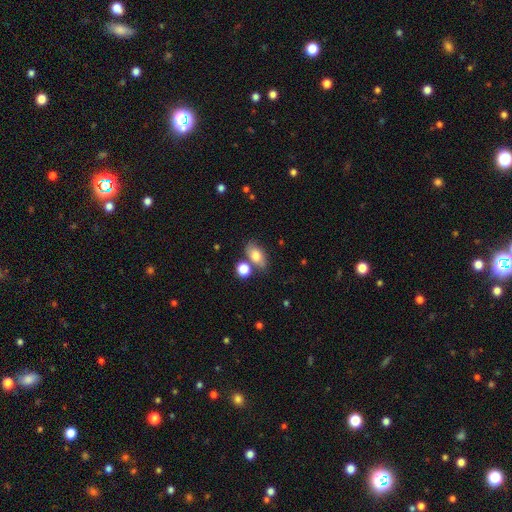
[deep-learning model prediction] This is likely a smooth galaxy (77%). How rounded: clearly in between (84%). Merging: possibly none (59%).